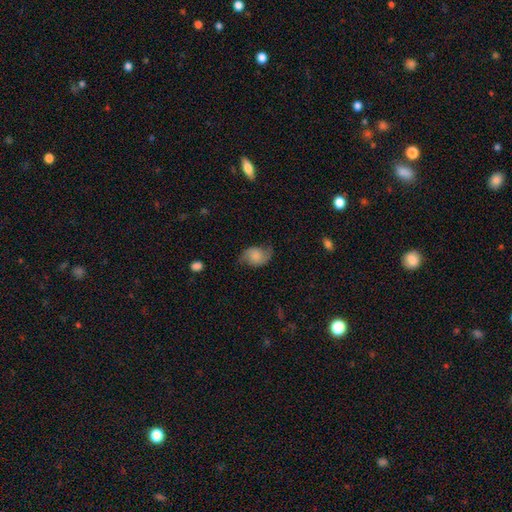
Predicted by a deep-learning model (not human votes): Smooth or featured? featured or disk (51%)
Edge-on disk? no (97%)
Merging? none (66%)